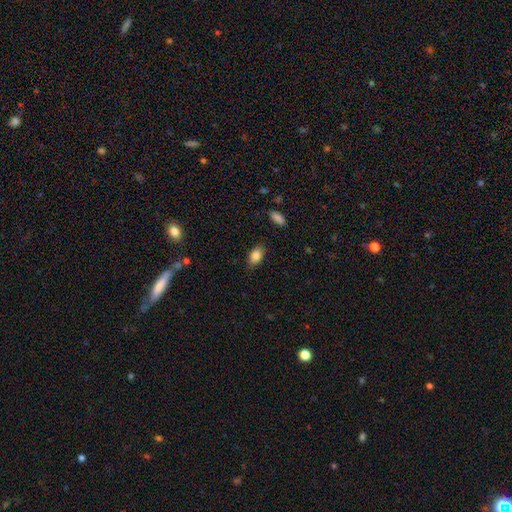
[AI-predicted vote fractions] This is clearly a smooth galaxy (85%). How rounded: clearly in between (90%). Merging: clearly none (84%).